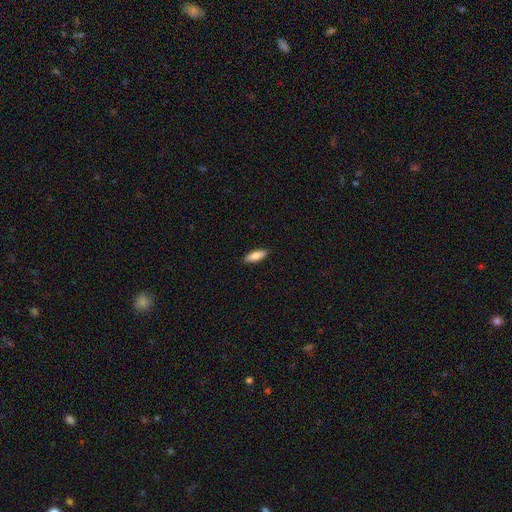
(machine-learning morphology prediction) Overall: smooth (81%). How rounded: in between (62%; cigar-shaped 36%). Merging: none (89%).